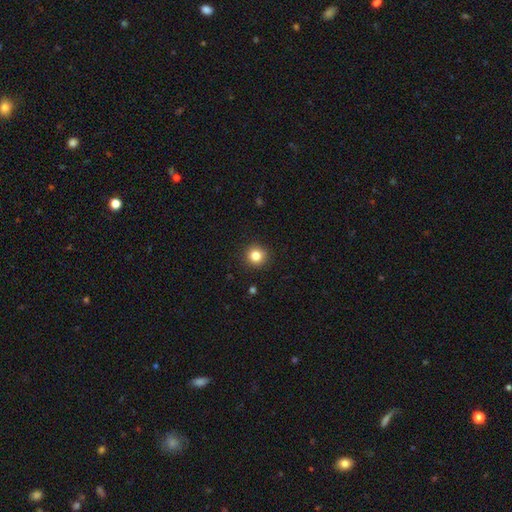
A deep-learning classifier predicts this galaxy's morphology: Smooth or featured? smooth (83%)
How rounded? round (93%)
Merging? none (92%)